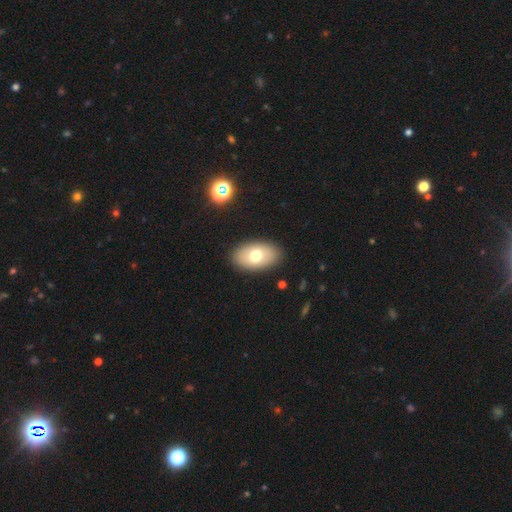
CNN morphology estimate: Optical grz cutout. It shows a smooth galaxy with no disk features (70%) that is in between round and cigar-shaped (92%). Merging: none (88%).